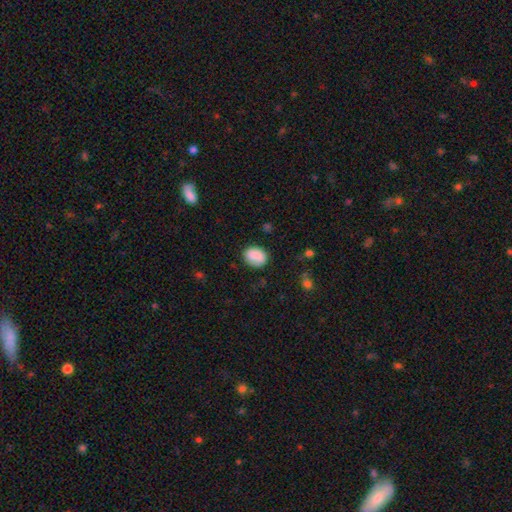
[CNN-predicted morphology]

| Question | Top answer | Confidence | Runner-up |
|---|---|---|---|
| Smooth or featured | smooth | 86% | star or artifact (8%) |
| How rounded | in between | 57% | round (42%) |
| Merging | none | 78% | minor disturbance (16%) |